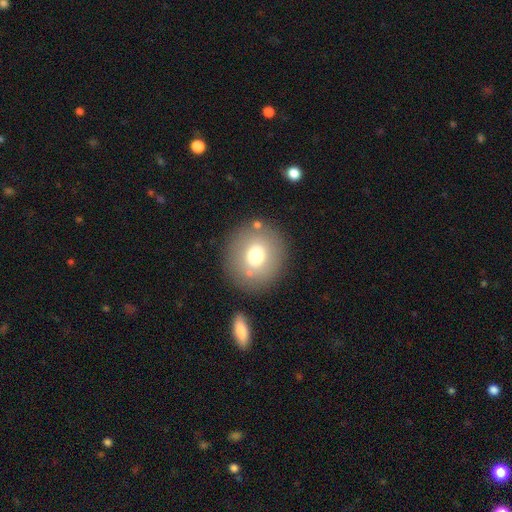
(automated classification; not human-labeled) A smooth galaxy with no disk features (70%) that is round (86%). Merging: none (81%).